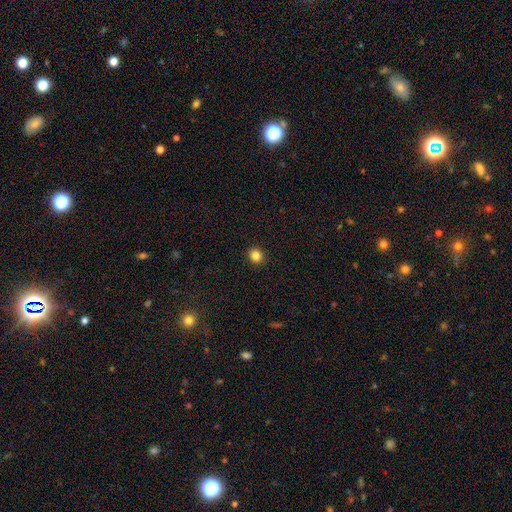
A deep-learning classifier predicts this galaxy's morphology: smooth-or-featured: smooth: 84% | star or artifact: 12% | featured or disk: 4%
  how-rounded: round: 89% | in between: 10% | cigar-shaped: 1%
  merging: none: 93% | minor disturbance: 5% | major disturbance: 2% | merger: 1%